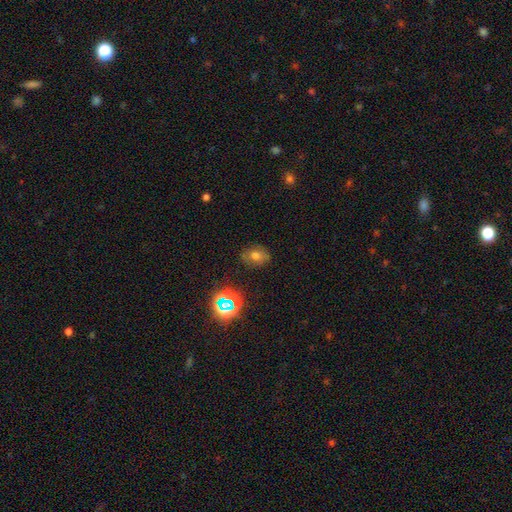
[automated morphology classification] Smooth or featured? Predicted: smooth (p=0.63). How rounded? Predicted: in between (p=0.62). Merging? Predicted: none (p=0.78).